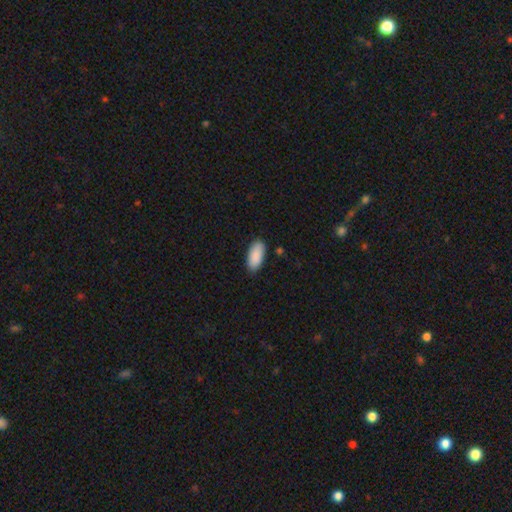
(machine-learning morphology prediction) Smooth or featured? smooth (91%)
How rounded? in between (92%)
Merging? none (87%)